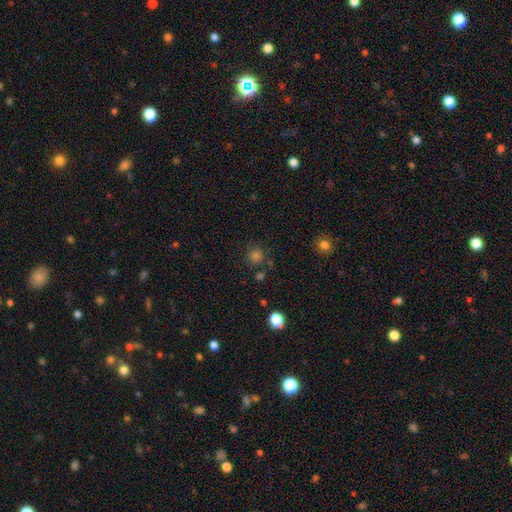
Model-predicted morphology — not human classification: Q: Smooth or featured?
A: smooth (70%); runner-up: star or artifact (24%)
Q: How rounded?
A: round (92%); runner-up: in between (7%)
Q: Merging?
A: none (81%); runner-up: minor disturbance (10%)